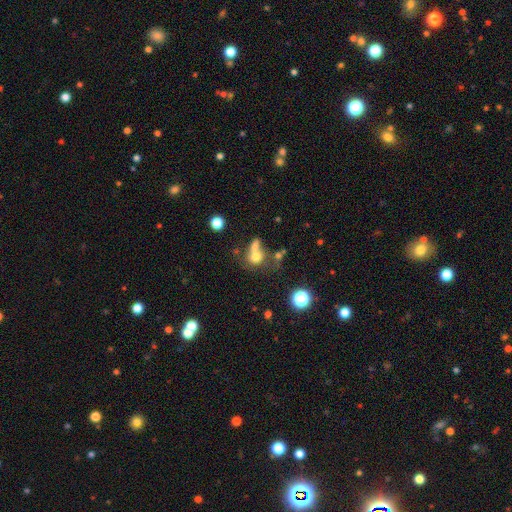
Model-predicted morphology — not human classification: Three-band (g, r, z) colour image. It shows a smooth galaxy with no disk features (69%) that is round (65%). Merging: merger (52%).